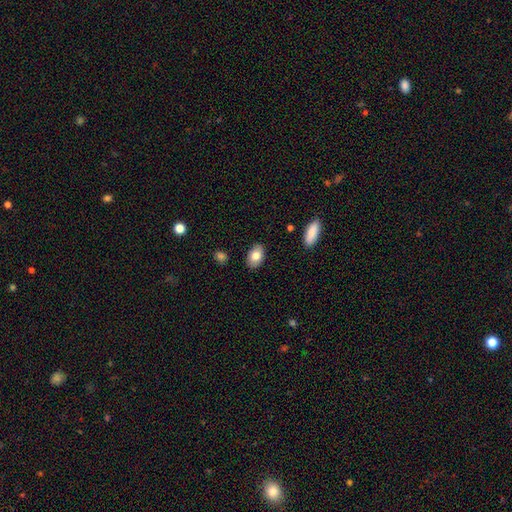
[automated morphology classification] smooth_or_featured: smooth (p=0.81) [alt: featured or disk p=0.13]
how_rounded: in between (p=0.90) [alt: round p=0.09]
merging: none (p=0.86) [alt: minor disturbance p=0.10]